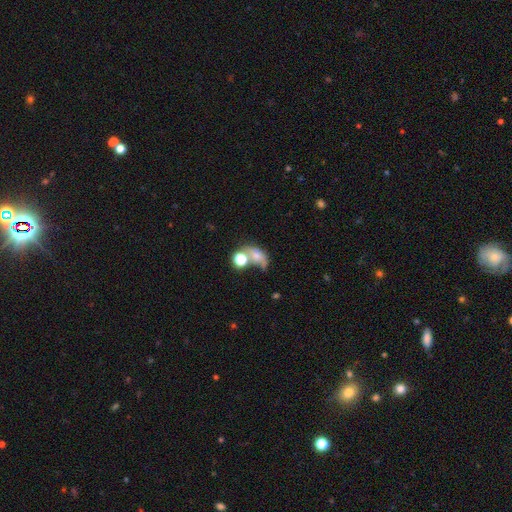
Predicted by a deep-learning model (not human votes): Smooth or featured? Predicted: smooth (p=0.59). How rounded? Predicted: in between (p=0.66). Merging? Predicted: merger (p=0.38).